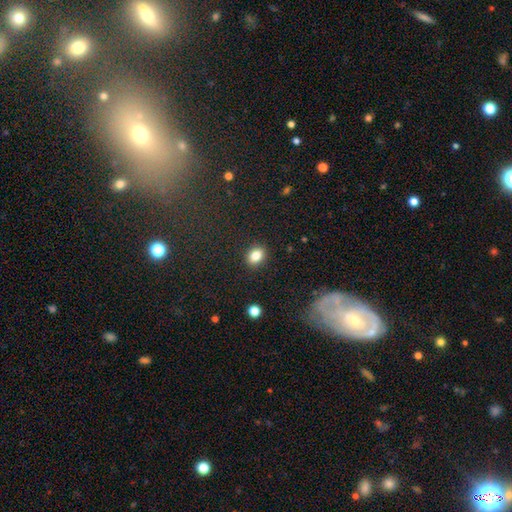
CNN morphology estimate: Smooth or featured: smooth — 83% (star or artifact — 10%)
How rounded: in between — 61% (round — 38%)
Merging: none — 88% (minor disturbance — 8%)